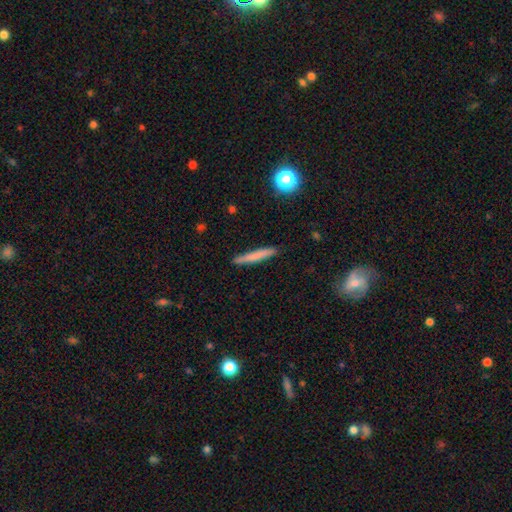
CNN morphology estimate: smooth-or-featured: smooth: 70% | featured or disk: 23% | star or artifact: 7%
  how-rounded: cigar-shaped: 95% | in between: 4% | round: 2%
  merging: none: 88% | minor disturbance: 9% | major disturbance: 2% | merger: 2%